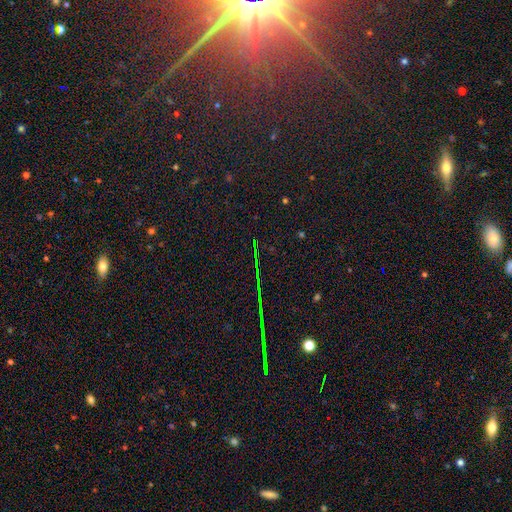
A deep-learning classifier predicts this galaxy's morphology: Smooth or featured: star or artifact — 82% (featured or disk — 9%)